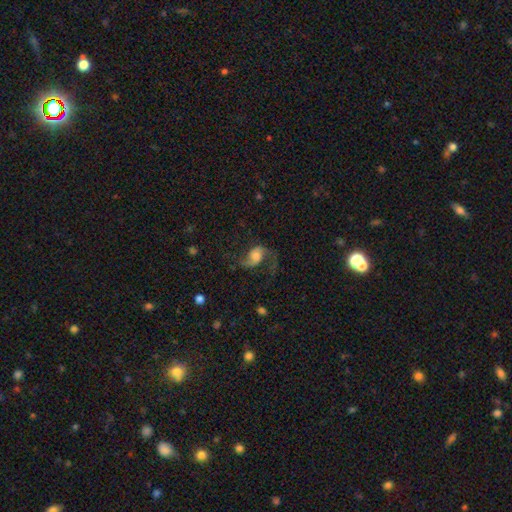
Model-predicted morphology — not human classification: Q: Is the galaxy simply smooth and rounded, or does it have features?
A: featured or disk — 77%.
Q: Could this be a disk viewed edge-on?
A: no — 97%.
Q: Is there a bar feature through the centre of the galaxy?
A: no — 62%.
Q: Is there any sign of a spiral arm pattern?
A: yes — 94%.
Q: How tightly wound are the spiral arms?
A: loose — 71%.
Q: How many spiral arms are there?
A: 2 — 90%.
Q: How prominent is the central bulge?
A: moderate — 45%.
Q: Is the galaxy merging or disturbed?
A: none — 60%.